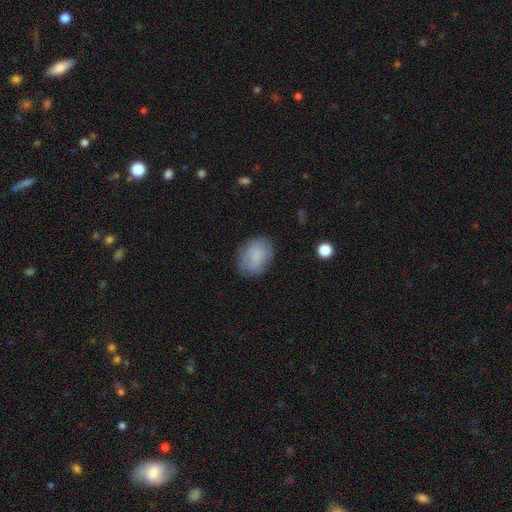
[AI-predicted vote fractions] Smooth or featured: smooth — 74% (featured or disk — 18%)
How rounded: in between — 68% (round — 31%)
Merging: none — 74% (minor disturbance — 19%)